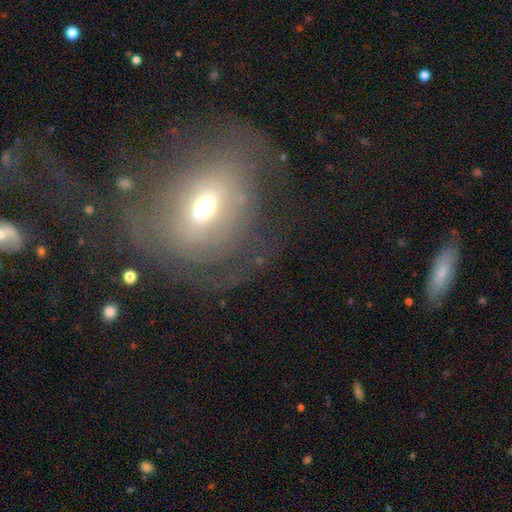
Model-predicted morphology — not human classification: smooth_or_featured: featured or disk (p=0.49) [alt: smooth p=0.34]
merging: none (p=0.51) [alt: major disturbance p=0.26]